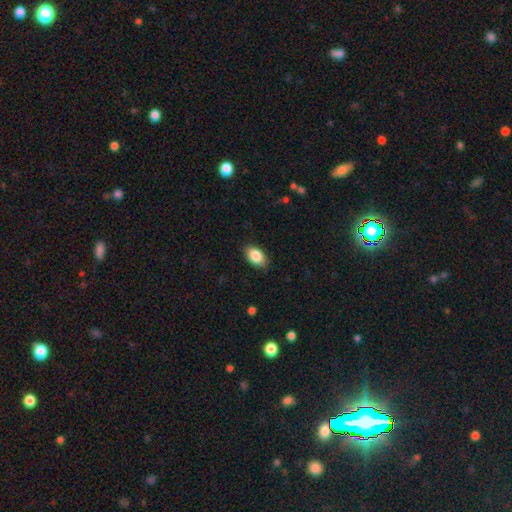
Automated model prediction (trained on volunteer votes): The model was most divided on "merging": none: 86%, minor disturbance: 11%, major disturbance: 2%, merger: 1%. More confident: how rounded — in between (91%); smooth or featured — smooth (86%).